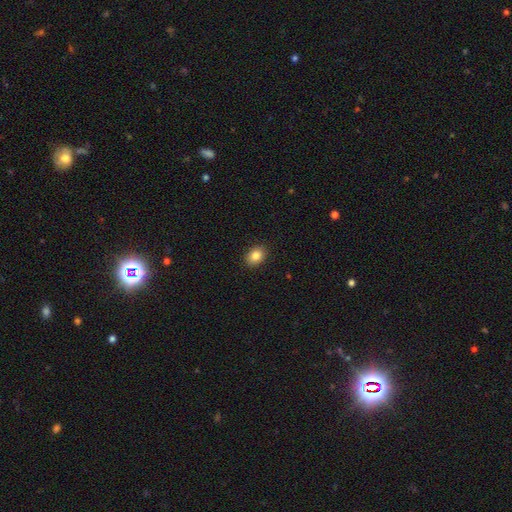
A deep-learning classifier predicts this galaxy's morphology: type=smooth (85%); roundness=in between (68%); merging=none (90%).